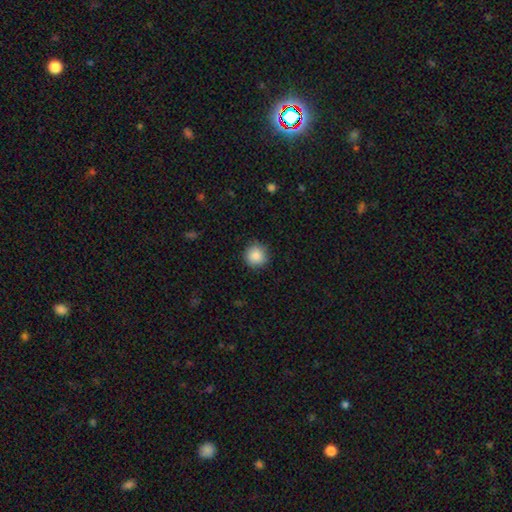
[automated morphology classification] Smooth or featured? Predicted: smooth (p=0.87). How rounded? Predicted: round (p=0.94). Merging? Predicted: none (p=0.88).